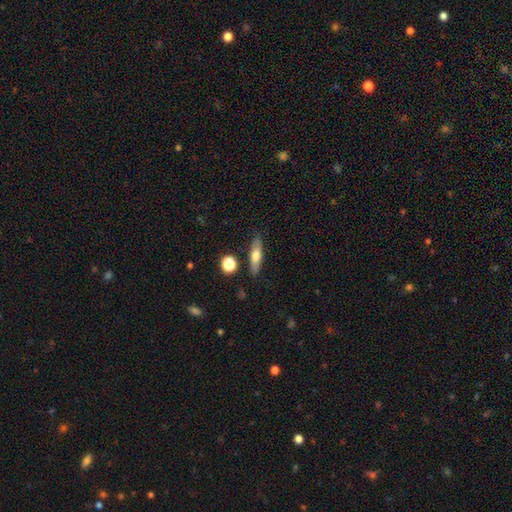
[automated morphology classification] smooth-or-featured: smooth: 62% | featured or disk: 30% | star or artifact: 7%
  how-rounded: cigar-shaped: 57% | in between: 39% | round: 4%
  merging: none: 83% | minor disturbance: 11% | merger: 3% | major disturbance: 3%